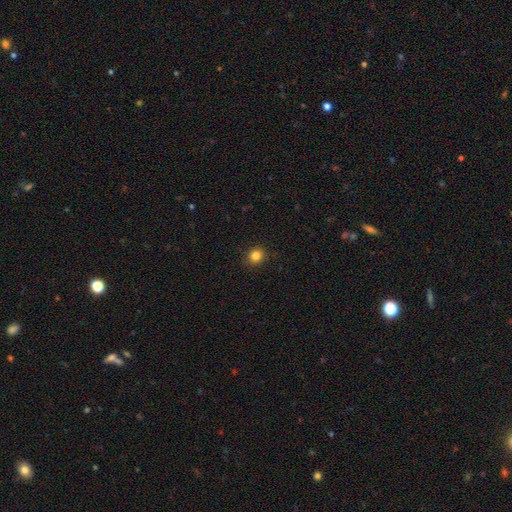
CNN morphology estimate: Smooth or featured?
  - smooth: 83% *
  - star or artifact: 12%
  - featured or disk: 5%
How rounded?
  - round: 82% *
  - in between: 17%
  - cigar-shaped: 1%
Merging?
  - none: 90% *
  - minor disturbance: 7%
  - major disturbance: 2%
  - merger: 1%